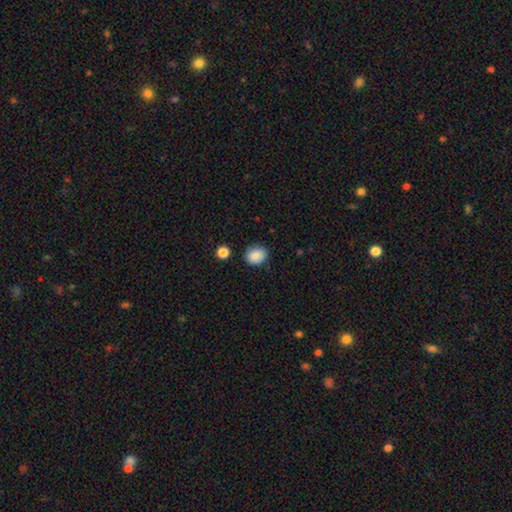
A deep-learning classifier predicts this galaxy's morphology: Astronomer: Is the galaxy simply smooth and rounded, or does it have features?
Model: smooth — 87%.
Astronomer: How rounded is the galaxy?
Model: round — 60% (runner-up: in between, 39%).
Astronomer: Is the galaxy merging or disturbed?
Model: none — 81%.